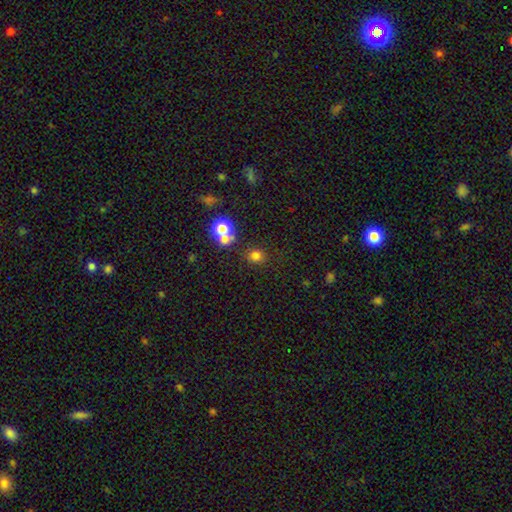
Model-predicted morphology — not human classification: type=smooth (75%); roundness=round (83%); merging=none (77%).